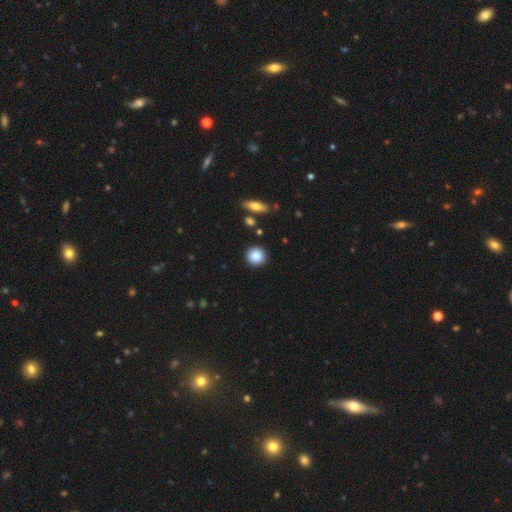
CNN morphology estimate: Smooth or featured: smooth — 86% (star or artifact — 8%)
How rounded: round — 92% (in between — 6%)
Merging: none — 90% (minor disturbance — 6%)